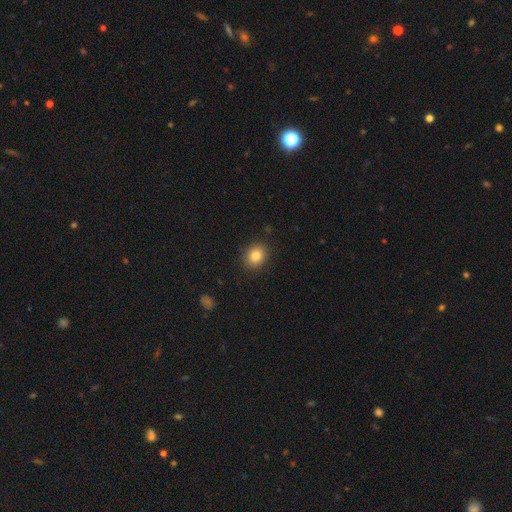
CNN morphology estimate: type=smooth (83%); roundness=round (61%); merging=none (89%).